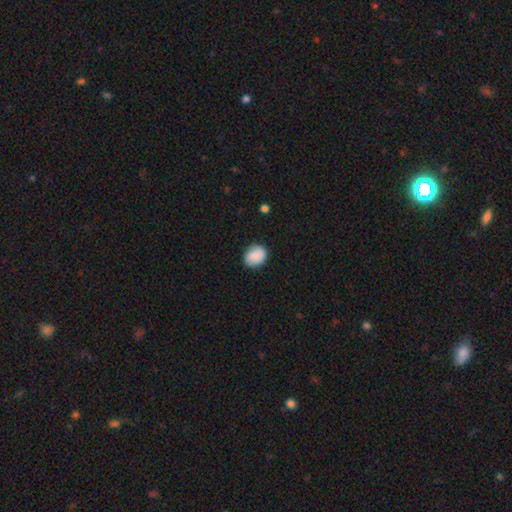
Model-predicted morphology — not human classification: Smooth or featured? smooth (79%)
How rounded? round (69%)
Merging? none (82%)